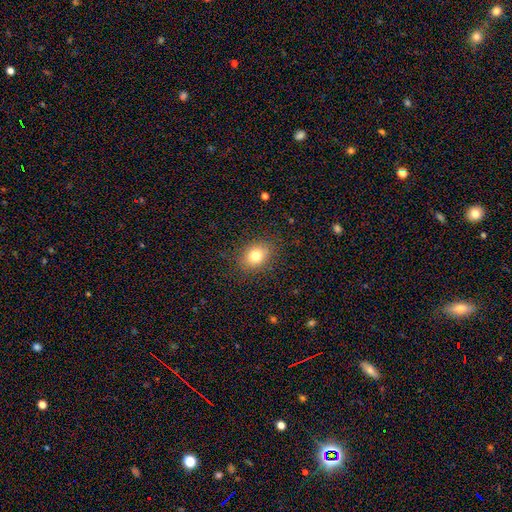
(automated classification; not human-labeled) Morphology: type=smooth (78%); roundness=in between (60%); merging=none (85%).